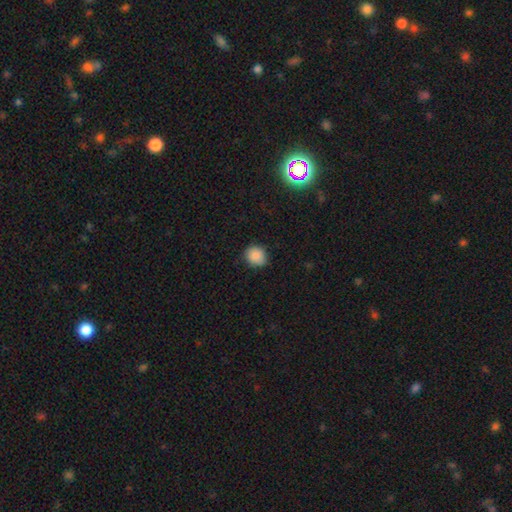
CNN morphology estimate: type=smooth (87%); roundness=round (82%); merging=none (82%).